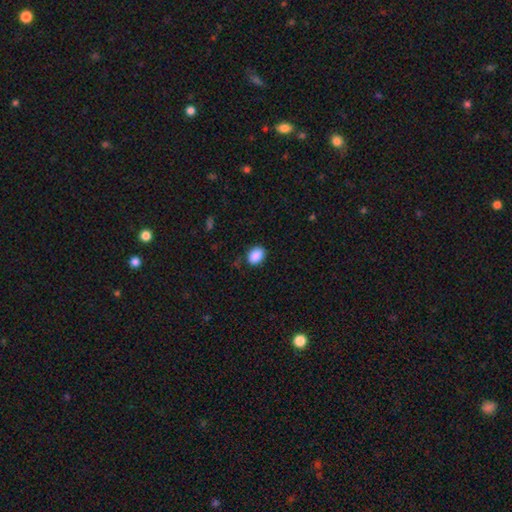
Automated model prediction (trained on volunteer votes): A smooth galaxy with no disk features (89%) that is in between round and cigar-shaped (73%). Merging: none (80%).